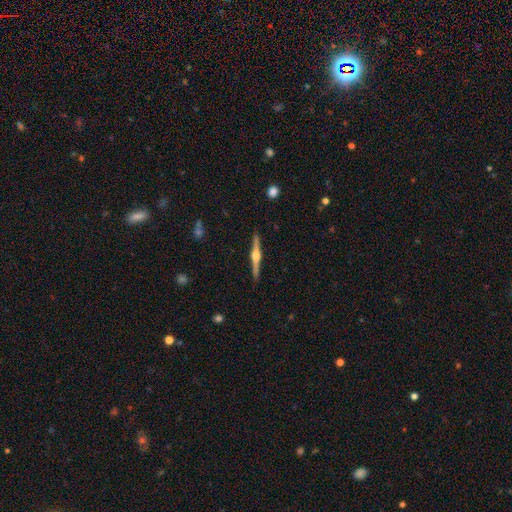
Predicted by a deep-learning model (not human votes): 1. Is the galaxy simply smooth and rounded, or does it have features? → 83% featured or disk, 12% smooth, 5% star or artifact.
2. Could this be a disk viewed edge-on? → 99% yes, 1% no.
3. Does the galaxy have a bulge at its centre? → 94% rounded, 4% boxy, 2% none.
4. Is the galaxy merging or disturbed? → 92% none, 6% minor disturbance, 1% major disturbance, 1% merger.